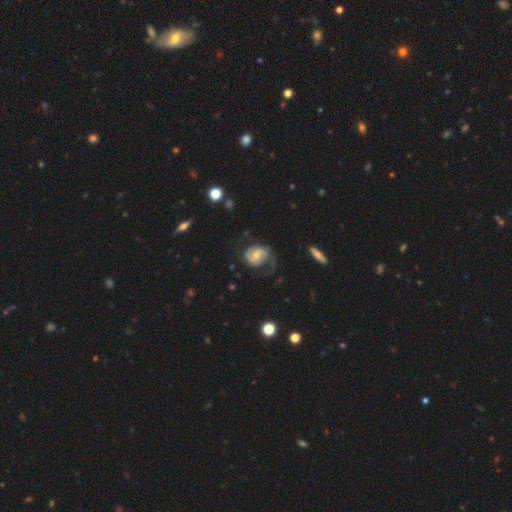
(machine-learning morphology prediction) The model was most divided on "spiral winding": medium: 41%, loose: 31%, tight: 28%. More confident: edge-on disk — no (97%); spiral arms — yes (89%); smooth or featured — featured or disk (69%); spiral arm count — 2 (69%); bulge size — moderate (53%); bar — no (52%); merging — none (50%).